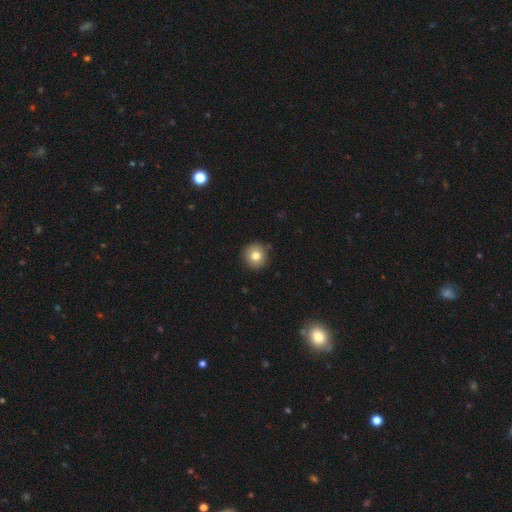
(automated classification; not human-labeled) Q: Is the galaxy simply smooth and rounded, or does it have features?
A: smooth — 80%.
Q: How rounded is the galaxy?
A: round — 94%.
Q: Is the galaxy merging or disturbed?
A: none — 90%.